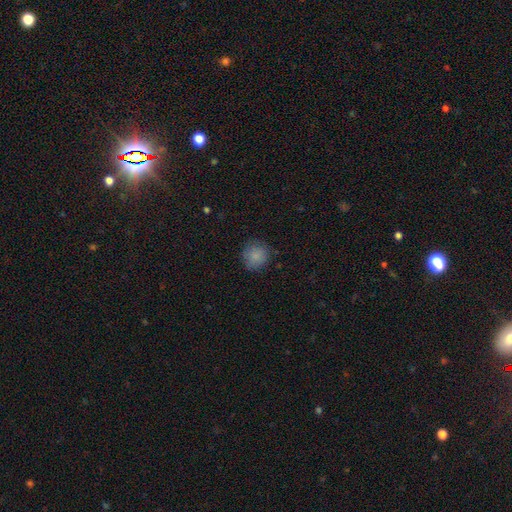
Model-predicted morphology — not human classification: Smooth or featured? smooth (85%)
How rounded? round (90%)
Merging? none (82%)